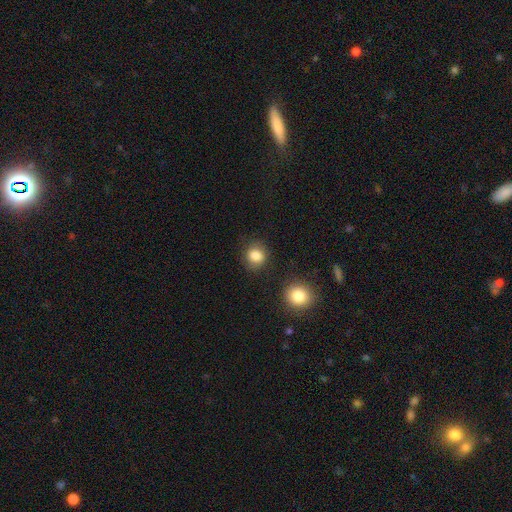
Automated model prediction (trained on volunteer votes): Smooth or featured: smooth — 84% (star or artifact — 10%)
How rounded: round — 77% (in between — 22%)
Merging: none — 81% (minor disturbance — 12%)